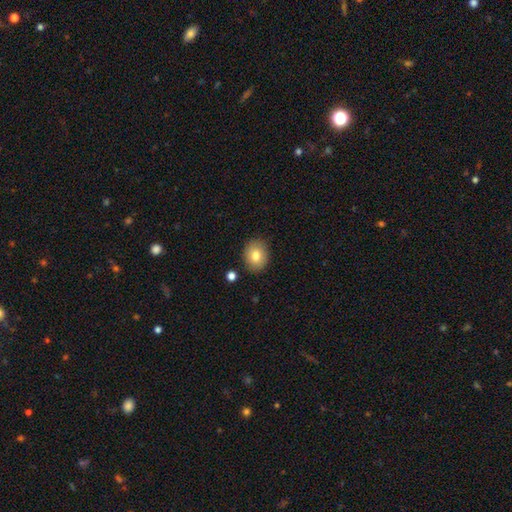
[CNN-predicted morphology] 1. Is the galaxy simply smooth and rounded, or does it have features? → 80% smooth, 11% featured or disk, 9% star or artifact.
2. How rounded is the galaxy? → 54% round, 45% in between, 1% cigar-shaped.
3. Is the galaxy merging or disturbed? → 87% none, 9% minor disturbance, 2% merger, 2% major disturbance.